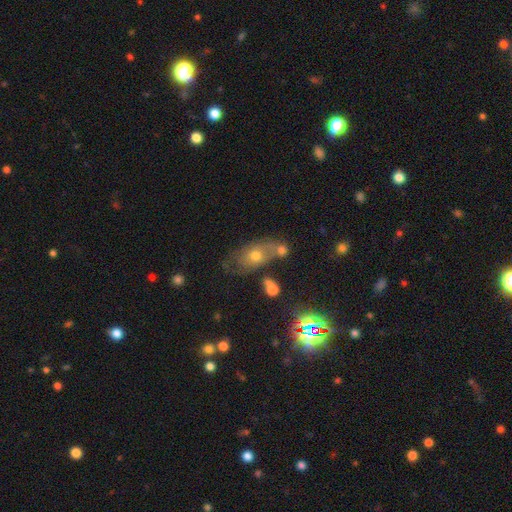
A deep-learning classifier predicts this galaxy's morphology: smooth-or-featured: smooth: 52% | featured or disk: 32% | star or artifact: 16%
  how-rounded: in between: 79% | round: 17% | cigar-shaped: 4%
  merging: none: 39% | merger: 27% | minor disturbance: 21% | major disturbance: 13%